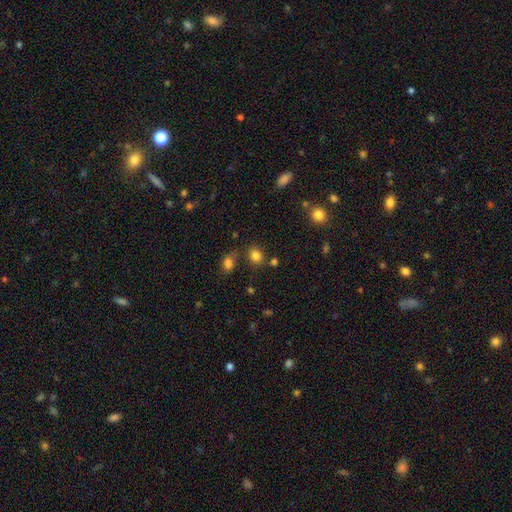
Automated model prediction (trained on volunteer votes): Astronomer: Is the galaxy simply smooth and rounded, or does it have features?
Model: smooth — 81%.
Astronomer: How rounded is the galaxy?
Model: round — 72%.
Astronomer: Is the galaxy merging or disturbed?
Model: none — 72%.